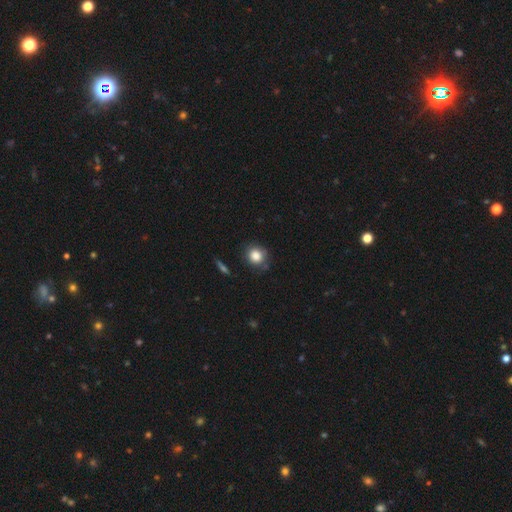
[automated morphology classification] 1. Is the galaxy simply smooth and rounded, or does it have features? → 84% smooth, 9% star or artifact, 7% featured or disk.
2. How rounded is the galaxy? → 81% round, 18% in between, 1% cigar-shaped.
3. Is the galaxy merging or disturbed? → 75% none, 18% minor disturbance, 4% major disturbance, 3% merger.